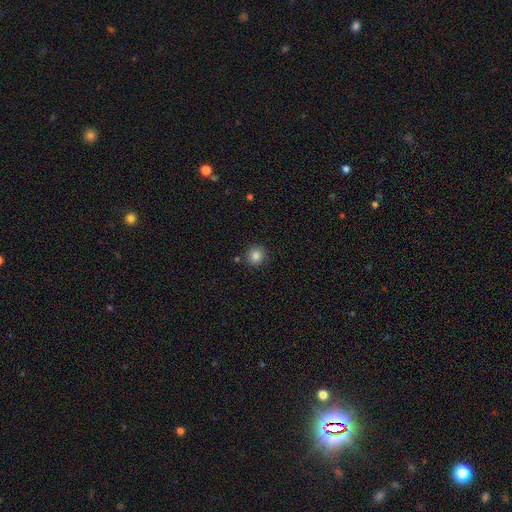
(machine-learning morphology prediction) A smooth galaxy with no disk features (84%) that is round (92%). Merging: none (87%).